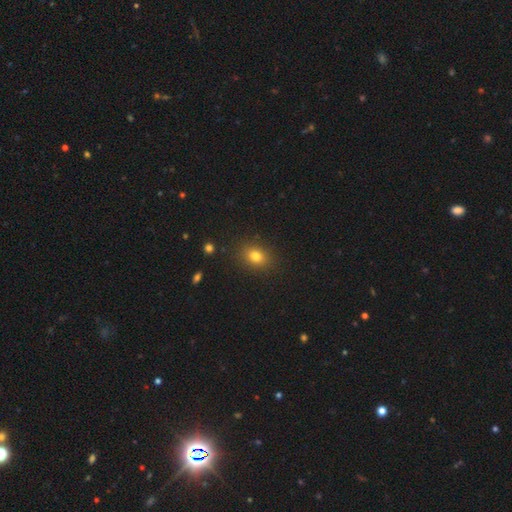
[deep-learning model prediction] Q: Smooth or featured?
A: smooth (79%); runner-up: star or artifact (13%)
Q: How rounded?
A: in between (56%); runner-up: round (43%)
Q: Merging?
A: none (88%); runner-up: minor disturbance (8%)